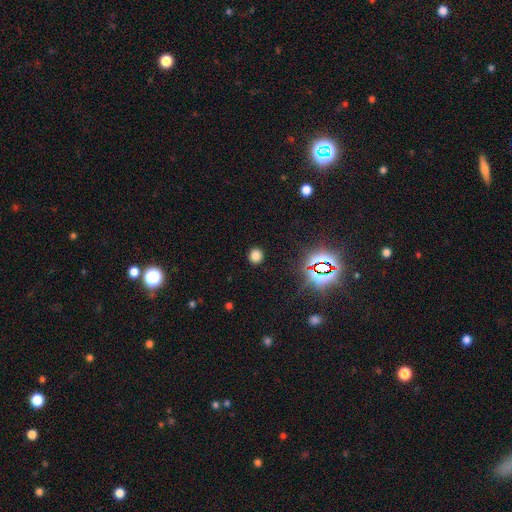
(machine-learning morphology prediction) The model was most divided on "smooth or featured": smooth: 76%, star or artifact: 19%, featured or disk: 5%. More confident: merging — none (91%); how rounded — round (86%).